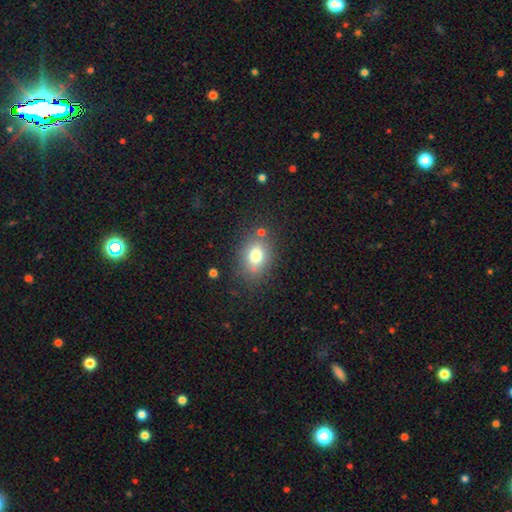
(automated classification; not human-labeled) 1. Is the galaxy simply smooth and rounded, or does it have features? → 77% smooth, 12% featured or disk, 11% star or artifact.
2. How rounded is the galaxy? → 67% in between, 32% round, 1% cigar-shaped.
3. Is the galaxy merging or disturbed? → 75% none, 14% minor disturbance, 6% merger, 5% major disturbance.